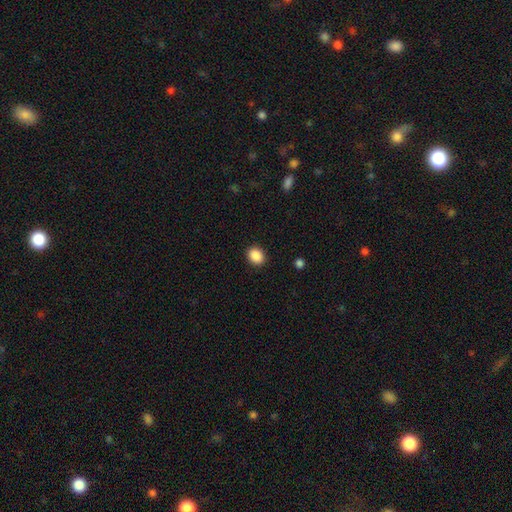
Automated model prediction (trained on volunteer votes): smooth-or-featured: smooth: 89% | star or artifact: 9% | featured or disk: 3%
  how-rounded: round: 53% | in between: 46% | cigar-shaped: 1%
  merging: none: 90% | minor disturbance: 7% | major disturbance: 2% | merger: 1%